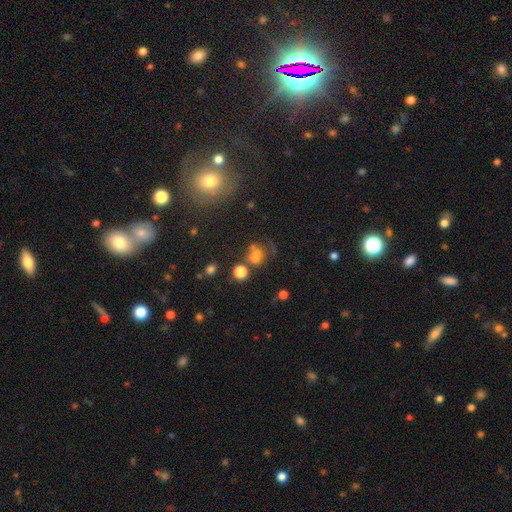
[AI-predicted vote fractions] This is possibly a smooth galaxy (58%). How rounded: likely round (70%). Merging: marginally none (42%).